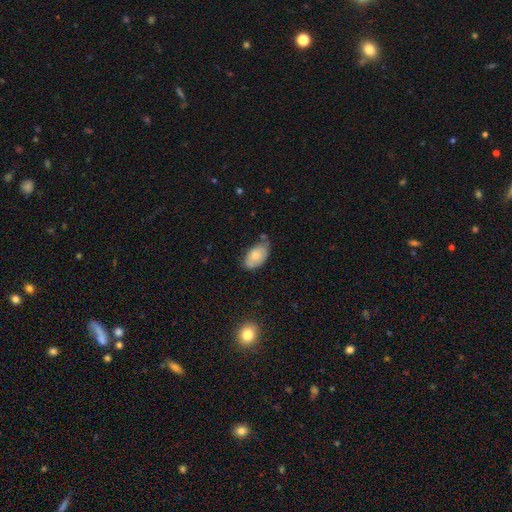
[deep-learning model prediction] Overall: smooth (76%). How rounded: in between (94%). Merging: none (58%; minor disturbance 31%).